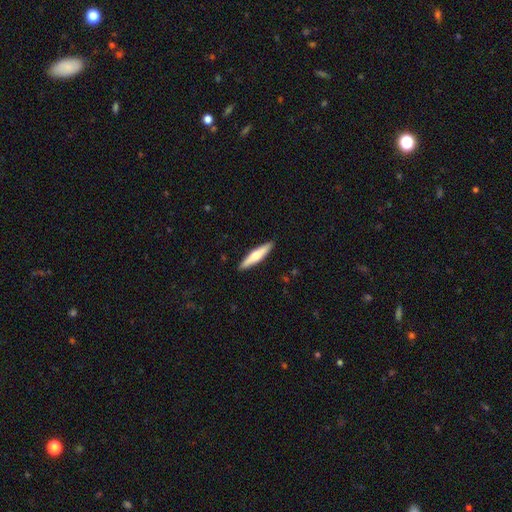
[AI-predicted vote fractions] A smooth galaxy with no disk features (50%) that is cigar-shaped (85%). Merging: none (91%).